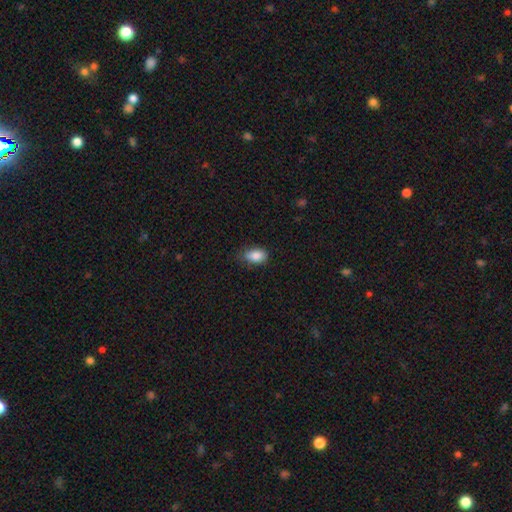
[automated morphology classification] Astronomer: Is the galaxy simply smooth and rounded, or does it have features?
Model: smooth — 87%.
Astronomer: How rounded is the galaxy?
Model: in between — 88%.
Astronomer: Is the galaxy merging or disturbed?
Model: none — 70%.